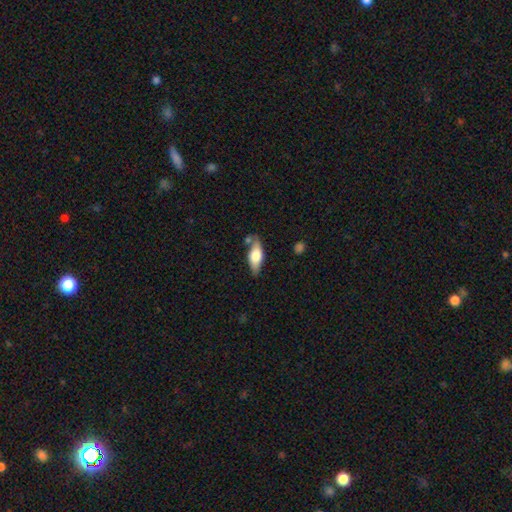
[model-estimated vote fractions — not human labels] Q: Smooth or featured?
A: smooth (59%); runner-up: featured or disk (35%)
Q: How rounded?
A: in between (73%); runner-up: cigar-shaped (24%)
Q: Merging?
A: none (70%); runner-up: minor disturbance (18%)